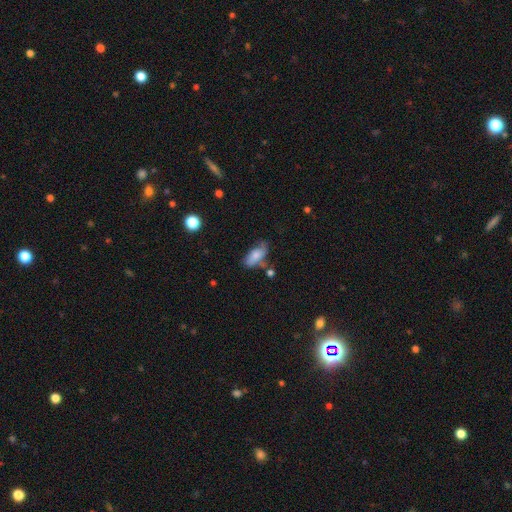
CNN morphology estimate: Smooth or featured?
  - smooth: 69% *
  - featured or disk: 23%
  - star or artifact: 8%
How rounded?
  - in between: 85% *
  - cigar-shaped: 11%
  - round: 3%
Merging?
  - none: 45% *
  - minor disturbance: 31%
  - major disturbance: 13%
  - merger: 10%